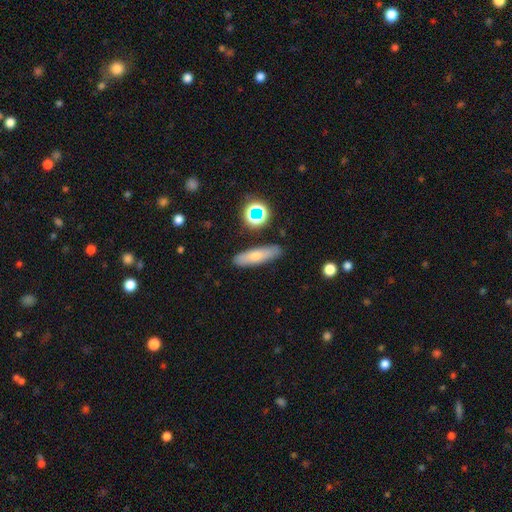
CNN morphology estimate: A smooth galaxy with no disk features (69%) that is cigar-shaped (66%). Merging: none (85%).